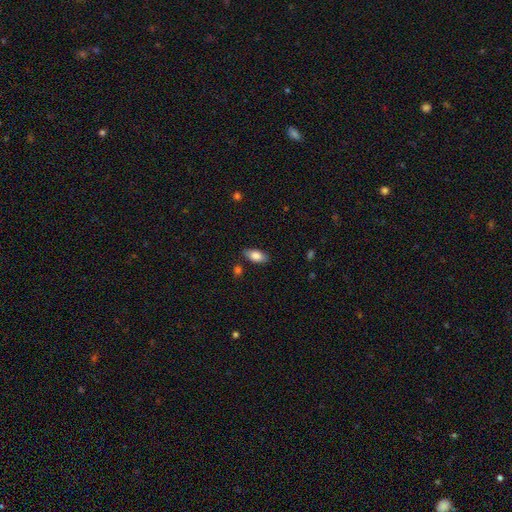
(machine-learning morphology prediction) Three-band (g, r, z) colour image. It shows a smooth galaxy with no disk features (83%) that is in between round and cigar-shaped (89%). Merging: none (83%).